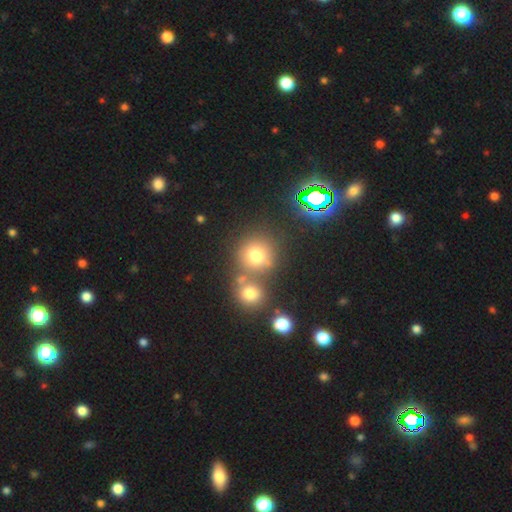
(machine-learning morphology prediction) This appears to be a smooth galaxy with no disk features (72%) that is round (90%). Merging: none (60%).